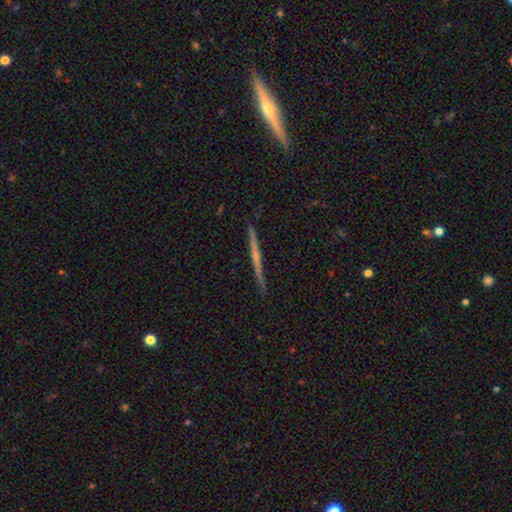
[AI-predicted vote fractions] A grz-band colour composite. It shows a featured or disk galaxy (74%) viewed edge-on (98%) with a rounded central bulge (55%). Merging: none (91%).